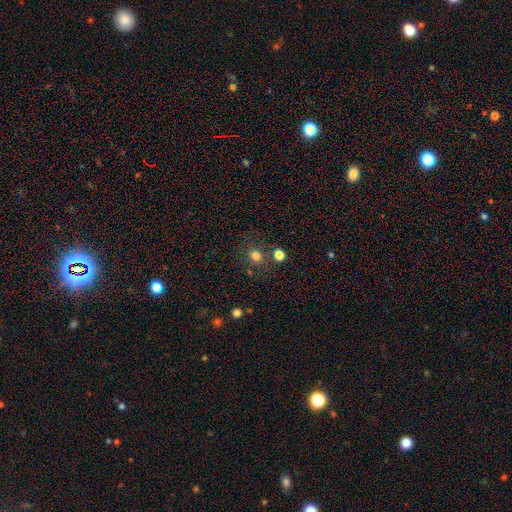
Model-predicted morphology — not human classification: Overall: smooth (76%). How rounded: round (84%). Merging: none (74%).